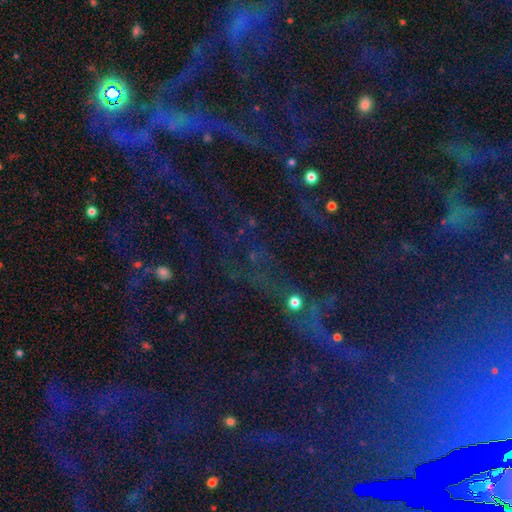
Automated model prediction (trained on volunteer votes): smooth_or_featured: star or artifact (p=0.78) [alt: smooth p=0.12]